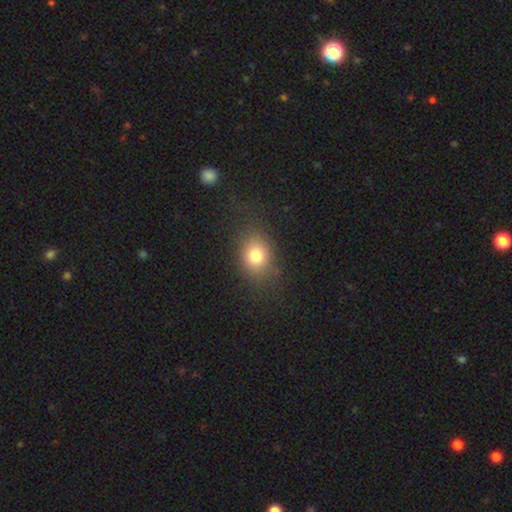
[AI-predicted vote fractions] Overall: smooth (78%). How rounded: in between (50%; round 49%). Merging: none (74%).